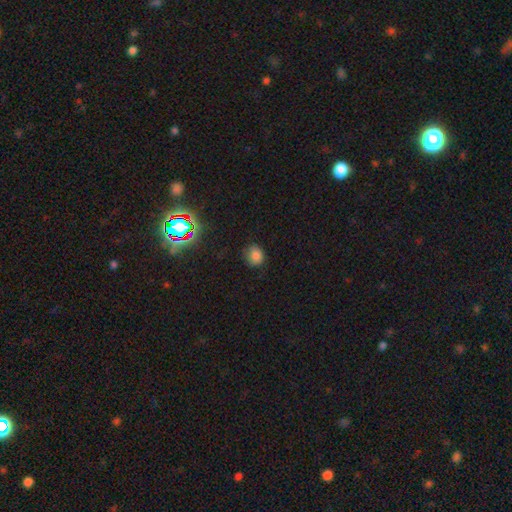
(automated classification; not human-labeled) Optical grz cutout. It shows a smooth galaxy with no disk features (79%) that is round (69%). Merging: none (74%).